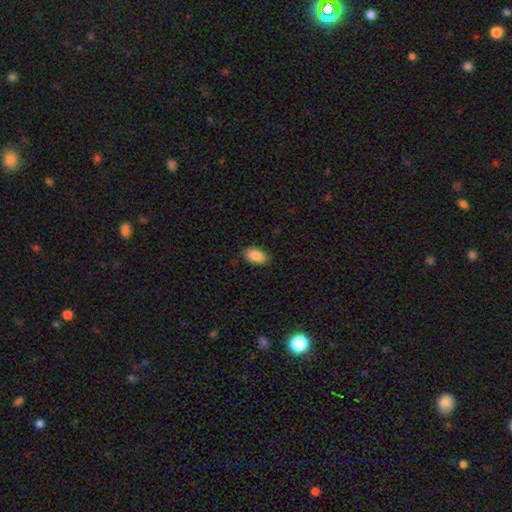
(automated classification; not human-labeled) Smooth or featured: smooth — 88% (star or artifact — 7%)
How rounded: in between — 94% (round — 5%)
Merging: none — 86% (minor disturbance — 11%)